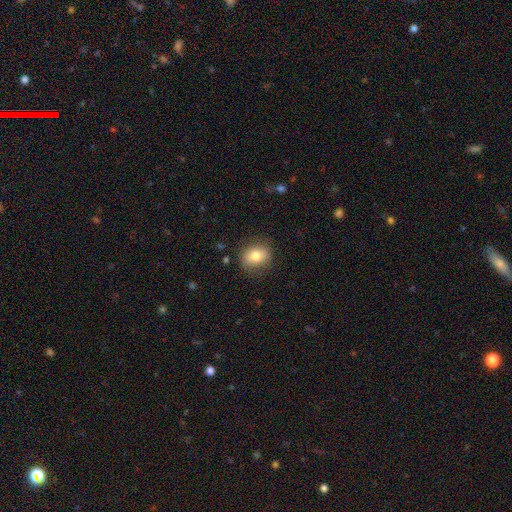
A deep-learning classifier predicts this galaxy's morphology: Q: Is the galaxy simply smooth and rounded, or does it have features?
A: smooth — 77%.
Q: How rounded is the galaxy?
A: round — 55%.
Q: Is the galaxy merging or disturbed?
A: none — 82%.